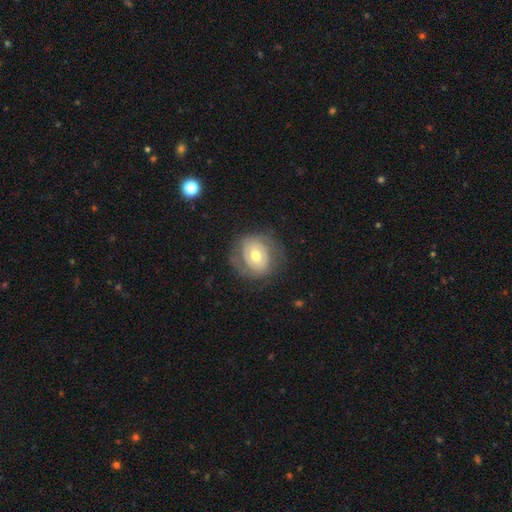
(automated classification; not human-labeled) A featured or disk galaxy (57%) with no bar (60%), spiral arms (59%) and a moderate central bulge (72%).

Vote fractions:
- Smooth or featured? featured or disk: 57% / smooth: 36% / star or artifact: 7%
- Edge-on disk? no: 96% / yes: 4%
- Bar? no: 60% / weak: 30% / strong: 10%
- Spiral arms? yes: 59% / no: 41%
- Bulge size? moderate: 72% / small: 18% / large: 7% / dominant: 1% / none: 1%
- Merging? none: 69% / minor disturbance: 19% / major disturbance: 11% / merger: 1%